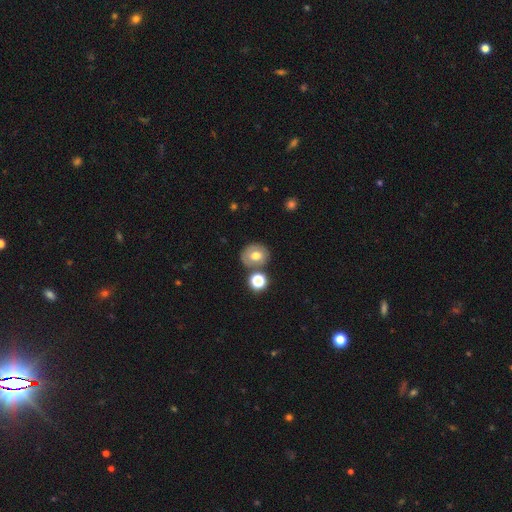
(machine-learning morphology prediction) Smooth or featured?
  - smooth: 65% *
  - featured or disk: 24%
  - star or artifact: 12%
How rounded?
  - round: 68% *
  - in between: 31%
  - cigar-shaped: 1%
Merging?
  - none: 69% *
  - merger: 14%
  - minor disturbance: 13%
  - major disturbance: 4%